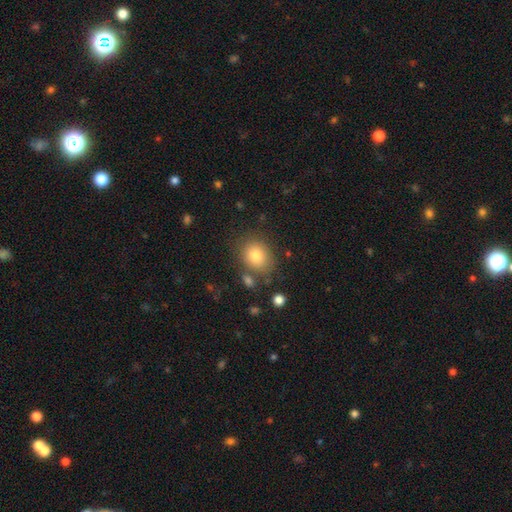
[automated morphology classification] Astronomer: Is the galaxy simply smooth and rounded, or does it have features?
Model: smooth — 81%.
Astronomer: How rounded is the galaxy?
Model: round — 56% (runner-up: in between, 44%).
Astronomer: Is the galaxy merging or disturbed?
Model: none — 74%.